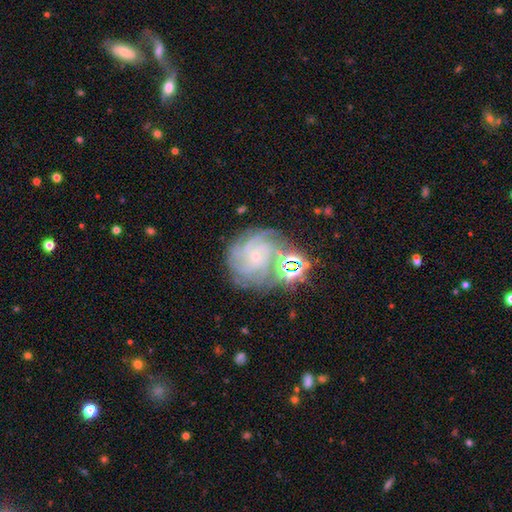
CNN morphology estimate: Smooth or featured? featured or disk (77%)
Edge-on disk? no (98%)
Bar? no (74%)
Spiral arms? yes (96%)
Spiral winding? tight (73%)
Spiral arm count? 4 (28%)
Bulge size? small (79%)
Merging? none (68%)